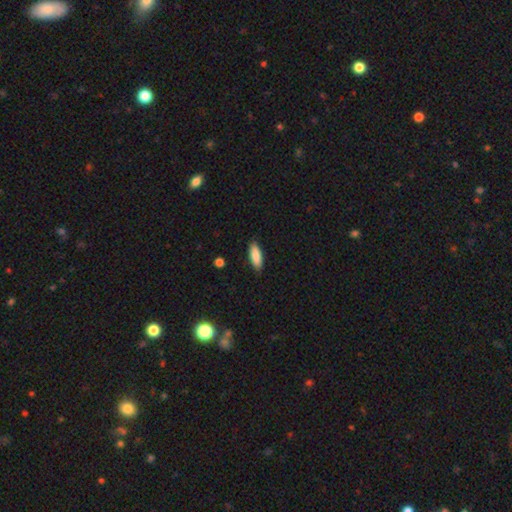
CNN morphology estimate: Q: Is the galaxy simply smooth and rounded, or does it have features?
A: smooth — 88%.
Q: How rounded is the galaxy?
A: in between — 66%.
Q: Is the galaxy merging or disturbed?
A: none — 87%.